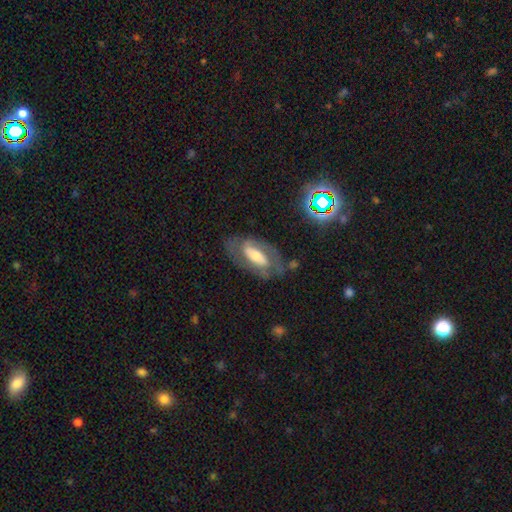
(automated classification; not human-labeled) Smooth or featured?
  - featured or disk: 67% *
  - smooth: 25%
  - star or artifact: 8%
Edge-on disk?
  - no: 88% *
  - yes: 12%
Bar?
  - strong: 38% *
  - no: 32%
  - weak: 30%
Spiral arms?
  - yes: 67% *
  - no: 33%
Bulge size?
  - moderate: 49% *
  - small: 28%
  - large: 18%
  - none: 3%
  - dominant: 2%
Merging?
  - none: 70% *
  - minor disturbance: 17%
  - major disturbance: 11%
  - merger: 2%